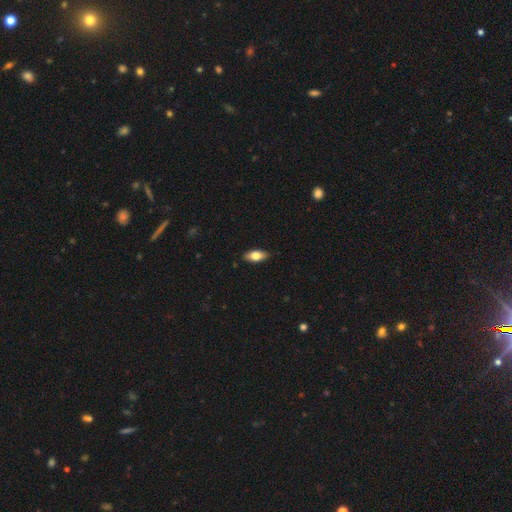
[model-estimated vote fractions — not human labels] This is likely a smooth galaxy (73%). How rounded: clearly in between (85%). Merging: clearly none (87%).